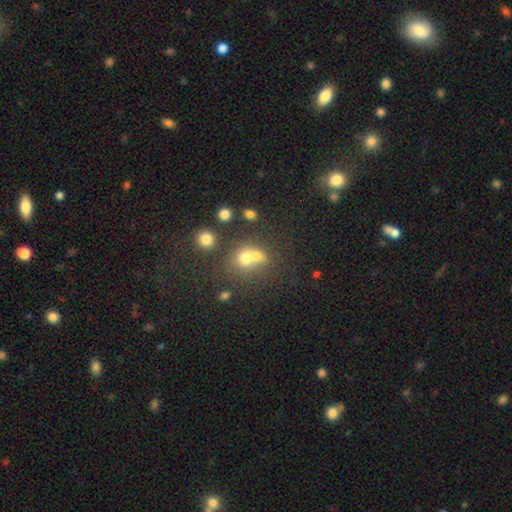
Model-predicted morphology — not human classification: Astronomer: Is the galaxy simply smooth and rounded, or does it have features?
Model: smooth — 66%.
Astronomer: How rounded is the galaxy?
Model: round — 72%.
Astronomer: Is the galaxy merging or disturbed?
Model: merger — 54% (runner-up: none, 33%).